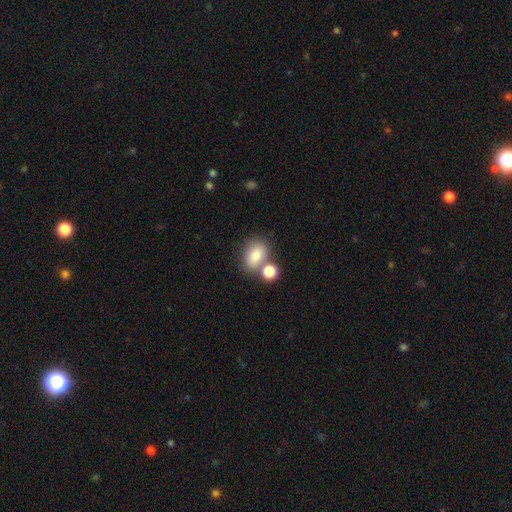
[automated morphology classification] smooth-or-featured: smooth: 77% | featured or disk: 13% | star or artifact: 10%
  how-rounded: in between: 69% | round: 29% | cigar-shaped: 1%
  merging: none: 57% | merger: 26% | minor disturbance: 12% | major disturbance: 4%